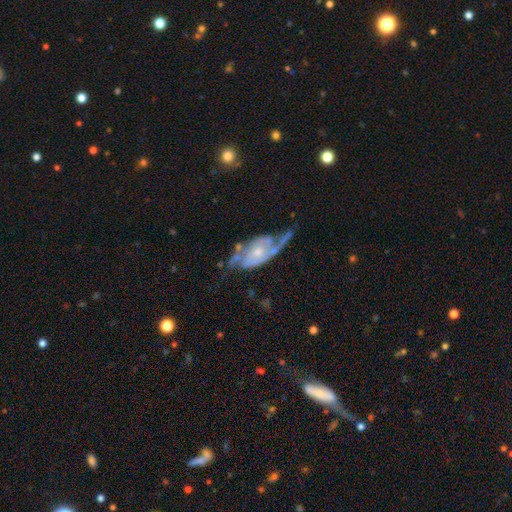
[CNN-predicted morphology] Overall: featured or disk (83%). Edge-on disk: no (91%). Bar: no (63%; weak 28%). Spiral arms: yes (91%). Spiral arm count: 2 (70%). Spiral winding: medium (42%; tight 35%). Bulge size: small (64%; moderate 28%). Merging: none (55%; minor disturbance 24%).